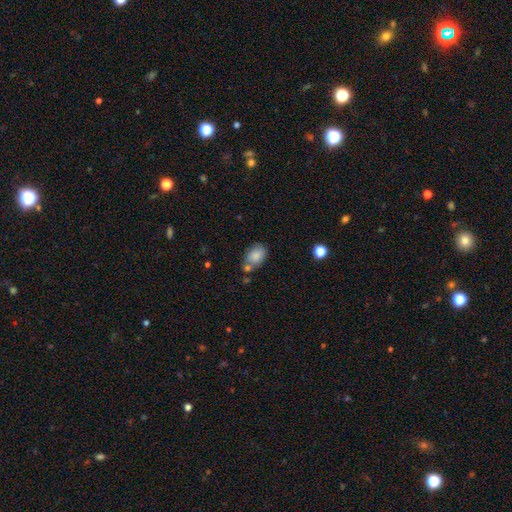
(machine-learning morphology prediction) The model was most divided on "merging": none: 59%, minor disturbance: 19%, merger: 17%, major disturbance: 5%. More confident: smooth or featured — smooth (84%); how rounded — in between (82%).